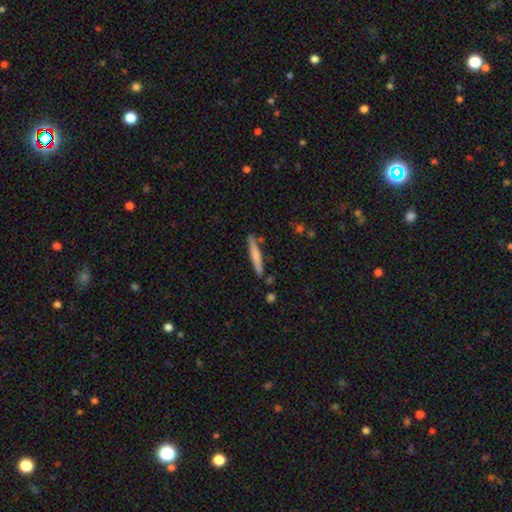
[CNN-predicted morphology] type=smooth (67%); roundness=cigar-shaped (94%); merging=none (85%).